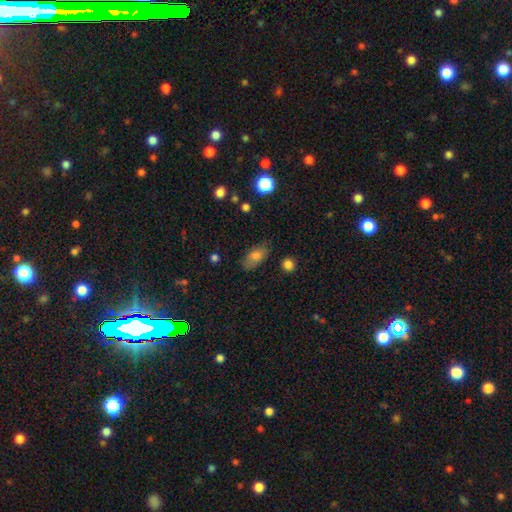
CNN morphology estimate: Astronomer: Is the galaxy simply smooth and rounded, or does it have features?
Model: smooth — 77%.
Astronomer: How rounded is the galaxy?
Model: in between — 86%.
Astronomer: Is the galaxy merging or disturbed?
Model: none — 76%.